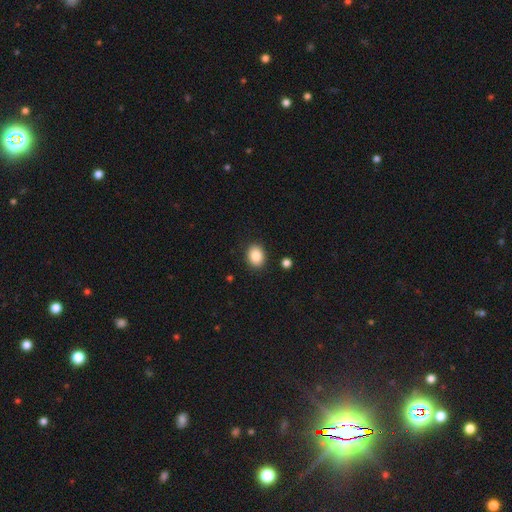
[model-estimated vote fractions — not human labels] A smooth galaxy with no disk features (86%) that is in between round and cigar-shaped (59%). Merging: none (88%).